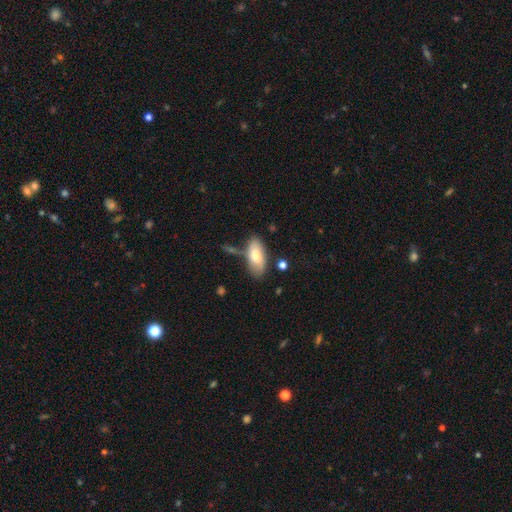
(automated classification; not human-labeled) The model was most divided on "merging": none: 64%, minor disturbance: 20%, merger: 9%, major disturbance: 6%. More confident: how rounded — in between (91%); smooth or featured — smooth (72%).